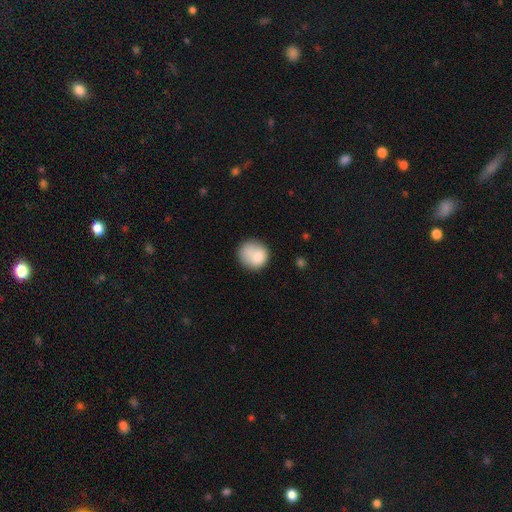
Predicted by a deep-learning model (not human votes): A smooth galaxy with no disk features (81%) that is round (80%).

Vote fractions:
- Smooth or featured? smooth: 81% / featured or disk: 11% / star or artifact: 8%
- How rounded? round: 80% / in between: 19% / cigar-shaped: 1%
- Merging? none: 59% / minor disturbance: 21% / merger: 12% / major disturbance: 8%